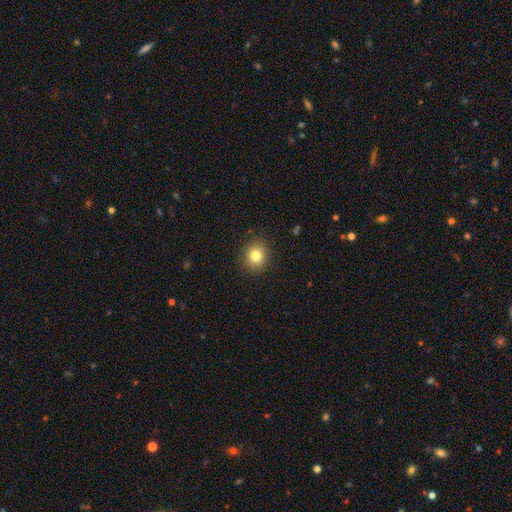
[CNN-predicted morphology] Smooth or featured?
  - smooth: 82% *
  - star or artifact: 10%
  - featured or disk: 7%
How rounded?
  - round: 74% *
  - in between: 25%
  - cigar-shaped: 1%
Merging?
  - none: 89% *
  - minor disturbance: 7%
  - major disturbance: 2%
  - merger: 1%